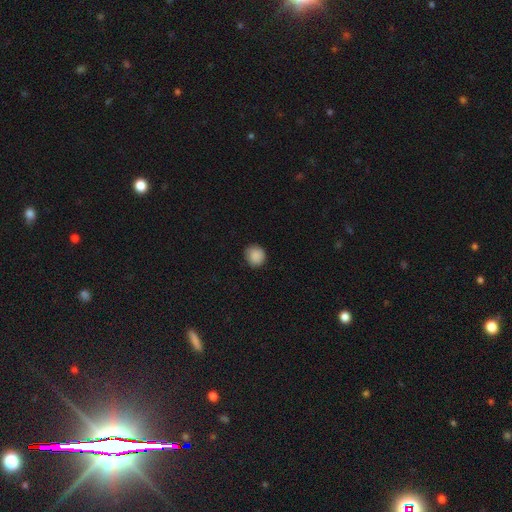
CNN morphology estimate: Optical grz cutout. It shows a smooth galaxy with no disk features (88%) that is round (89%). Merging: none (86%).